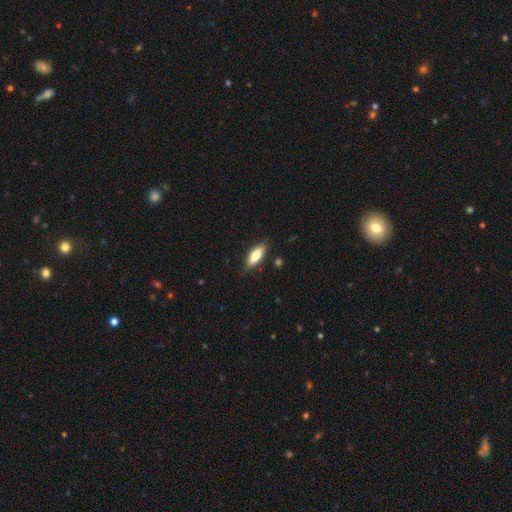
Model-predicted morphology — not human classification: A smooth galaxy with no disk features (69%) that is in between round and cigar-shaped (59%). Merging: none (86%).